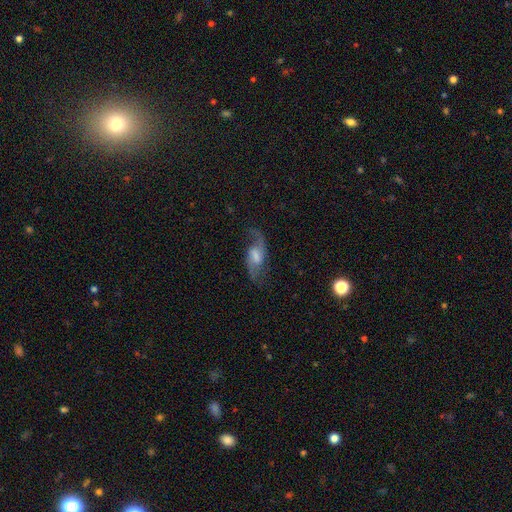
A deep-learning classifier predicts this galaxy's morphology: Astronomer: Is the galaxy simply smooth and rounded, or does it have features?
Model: featured or disk — 81%.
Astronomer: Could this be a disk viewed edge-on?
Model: no — 94%.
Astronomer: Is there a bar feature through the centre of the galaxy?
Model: weak — 53% (runner-up: no, 30%).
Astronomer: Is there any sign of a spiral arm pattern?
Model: yes — 95%.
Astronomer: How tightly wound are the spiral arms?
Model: loose — 58% (runner-up: medium, 35%).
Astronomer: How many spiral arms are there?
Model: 2 — 89%.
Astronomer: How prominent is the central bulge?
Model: moderate — 35% (runner-up: small, 23%).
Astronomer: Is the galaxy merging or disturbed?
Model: none — 72%.